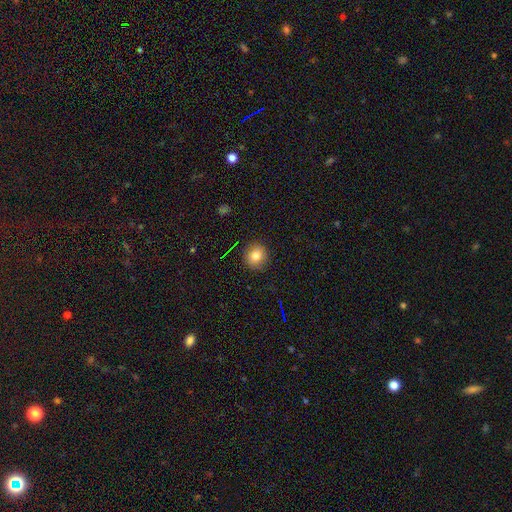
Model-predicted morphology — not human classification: Smooth or featured? smooth (78%)
How rounded? round (91%)
Merging? none (89%)